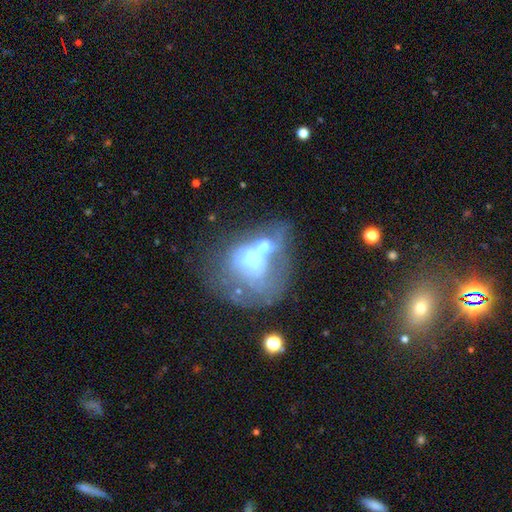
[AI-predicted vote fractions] Smooth or featured? Predicted: featured or disk (p=0.51). Edge-on disk? Predicted: no (p=0.96). Merging? Predicted: merger (p=0.42).